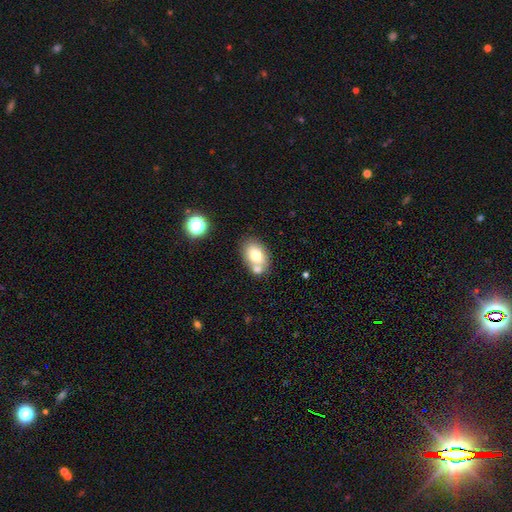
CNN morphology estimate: Smooth or featured? smooth (72%)
How rounded? in between (83%)
Merging? none (53%)